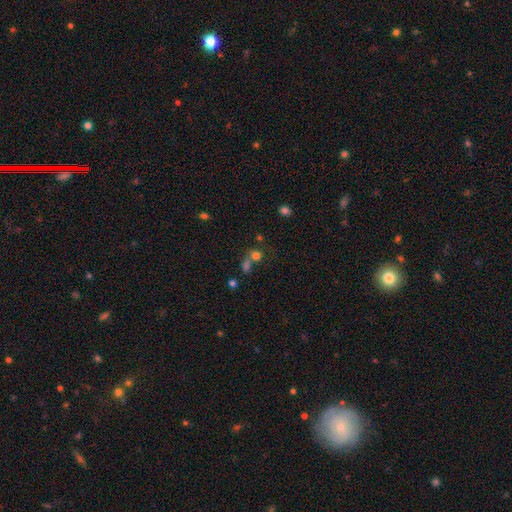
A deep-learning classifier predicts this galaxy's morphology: Smooth or featured? Predicted: smooth (p=0.70). How rounded? Predicted: round (p=0.74). Merging? Predicted: none (p=0.44).